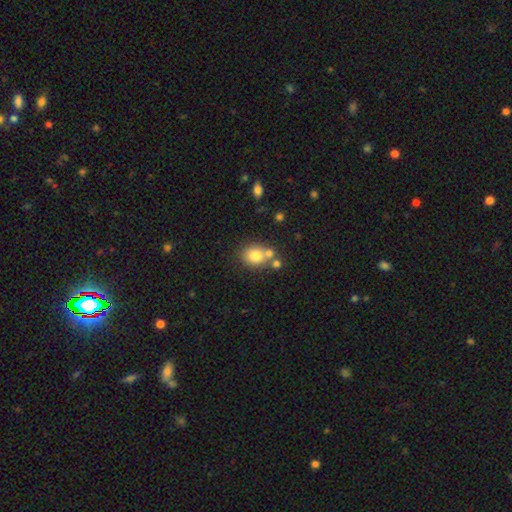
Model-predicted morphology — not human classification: type=smooth (77%); roundness=round (67%); merging=none (54%).